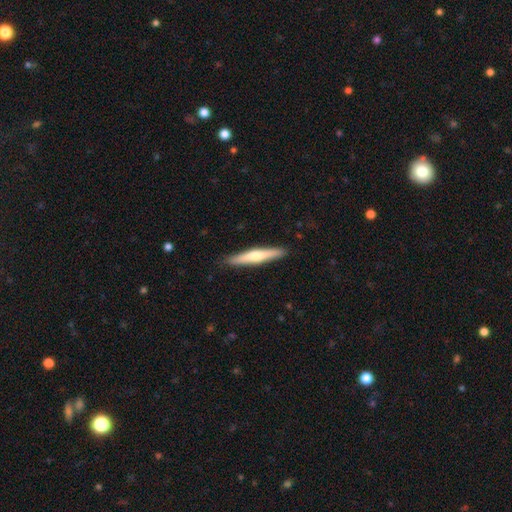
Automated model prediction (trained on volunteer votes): Morphology: type=smooth (49%); merging=none (90%).